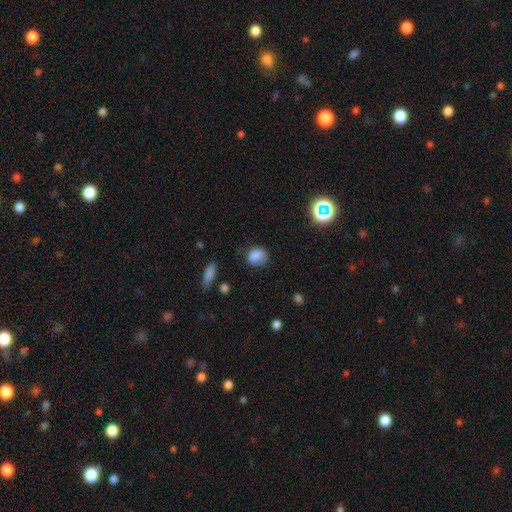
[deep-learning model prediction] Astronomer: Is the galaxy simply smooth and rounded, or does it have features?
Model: smooth — 84%.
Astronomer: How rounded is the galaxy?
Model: round — 61% (runner-up: in between, 38%).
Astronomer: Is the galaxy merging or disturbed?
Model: none — 72%.